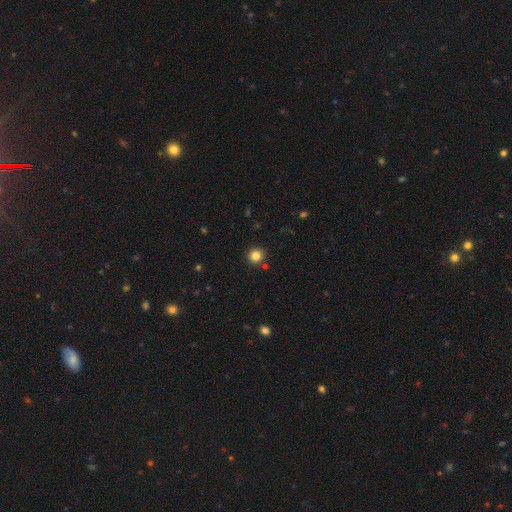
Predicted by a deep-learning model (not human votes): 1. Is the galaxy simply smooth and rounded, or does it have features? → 83% smooth, 12% star or artifact, 5% featured or disk.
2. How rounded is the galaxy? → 95% round, 4% in between, 1% cigar-shaped.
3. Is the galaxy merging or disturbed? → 89% none, 6% minor disturbance, 3% merger, 2% major disturbance.